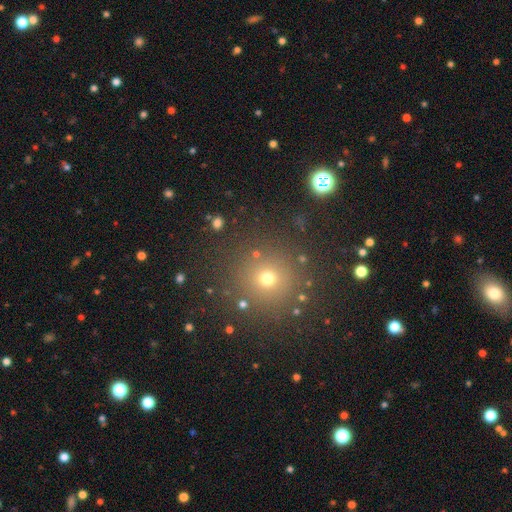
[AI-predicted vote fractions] This appears to be a smooth galaxy with no disk features (50%). Merging: none (88%).